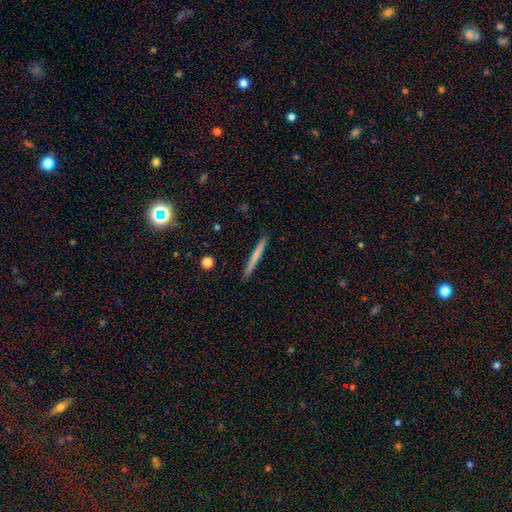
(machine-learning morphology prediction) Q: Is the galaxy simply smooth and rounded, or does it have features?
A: smooth — 61%.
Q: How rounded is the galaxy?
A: cigar-shaped — 97%.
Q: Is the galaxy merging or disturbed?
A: none — 91%.